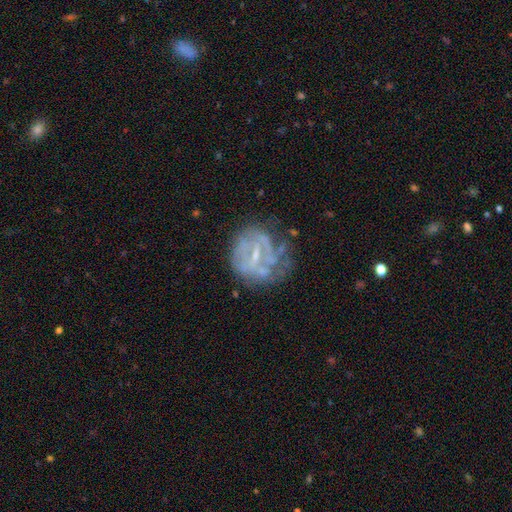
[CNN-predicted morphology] A featured or disk galaxy (70%) with a weak bar (45%), spiral arms (51%) and a small central bulge (52%).

Vote fractions:
- Smooth or featured? featured or disk: 70% / smooth: 18% / star or artifact: 12%
- Edge-on disk? no: 97% / yes: 3%
- Bar? weak: 45% / no: 32% / strong: 23%
- Spiral arms? yes: 51% / no: 49%
- Bulge size? small: 52% / none: 27% / moderate: 19% / large: 1% / dominant: 1%
- Merging? none: 51% / major disturbance: 23% / minor disturbance: 22% / merger: 5%